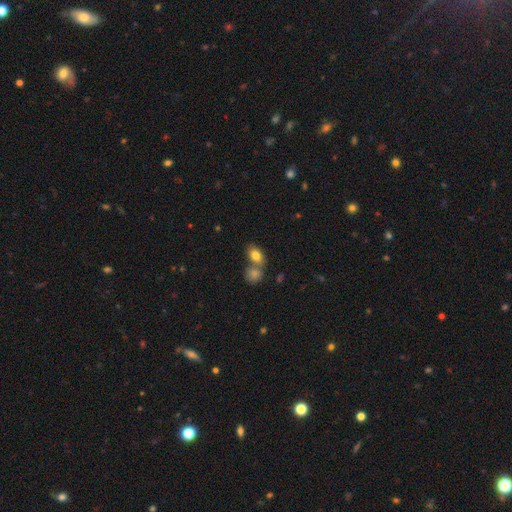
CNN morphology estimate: This is clearly a smooth galaxy (81%). How rounded: likely in between (79%). Merging: possibly merger (47%).